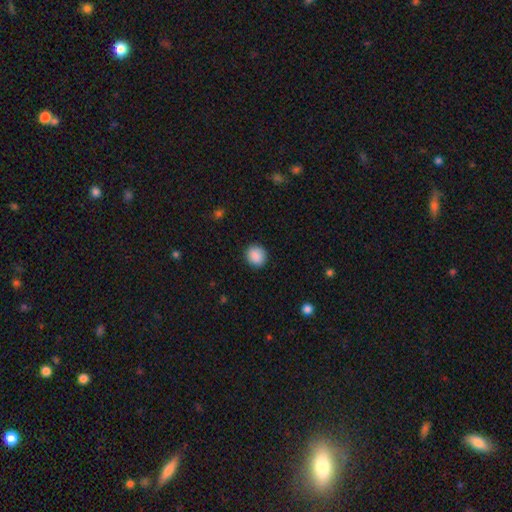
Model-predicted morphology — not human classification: This is clearly a smooth galaxy (89%). How rounded: clearly round (86%). Merging: clearly none (91%).